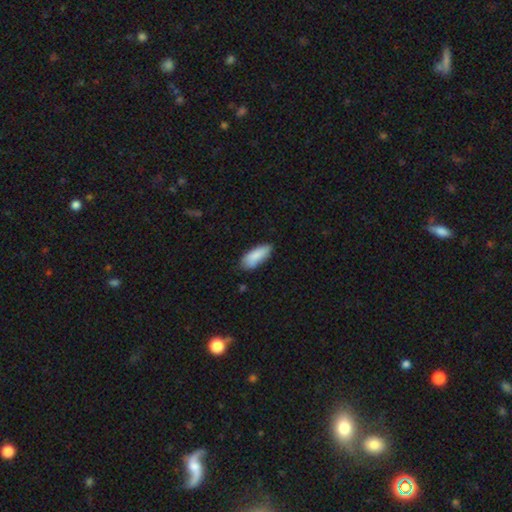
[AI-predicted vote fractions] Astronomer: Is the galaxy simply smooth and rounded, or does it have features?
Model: smooth — 87%.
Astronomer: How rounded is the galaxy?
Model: in between — 80%.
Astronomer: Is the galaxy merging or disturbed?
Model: none — 72%.